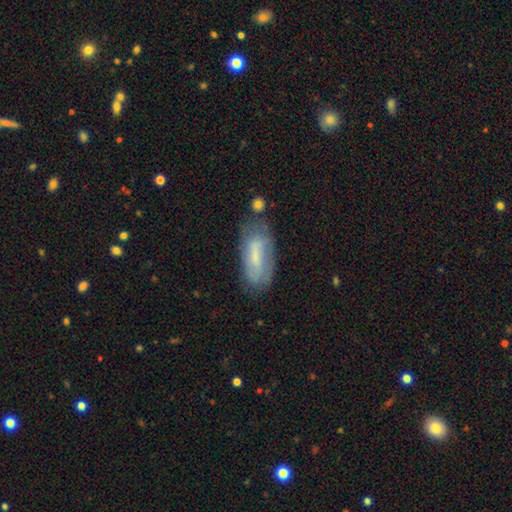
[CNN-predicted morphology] This appears to be a smooth galaxy with no disk features (58%) that is in between round and cigar-shaped (74%). Merging: none (65%).